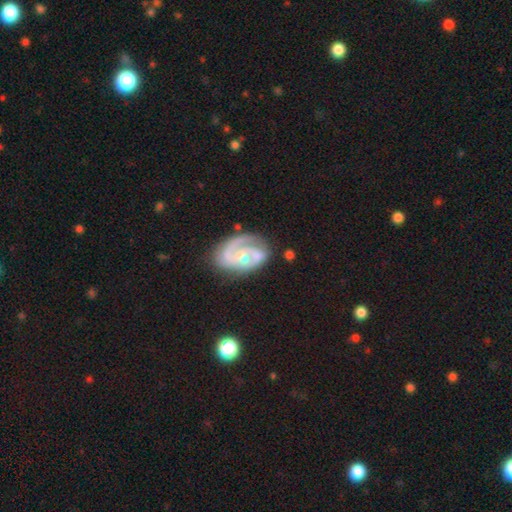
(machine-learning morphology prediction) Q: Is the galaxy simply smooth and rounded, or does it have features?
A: featured or disk — 83%.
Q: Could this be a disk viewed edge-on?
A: no — 98%.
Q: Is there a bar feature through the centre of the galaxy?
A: no — 52%.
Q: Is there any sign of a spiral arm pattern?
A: yes — 94%.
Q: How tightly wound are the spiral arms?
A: medium — 43%, tied with tight.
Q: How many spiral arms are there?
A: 2 — 52%.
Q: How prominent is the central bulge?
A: small — 39%.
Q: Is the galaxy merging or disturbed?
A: none — 58%.